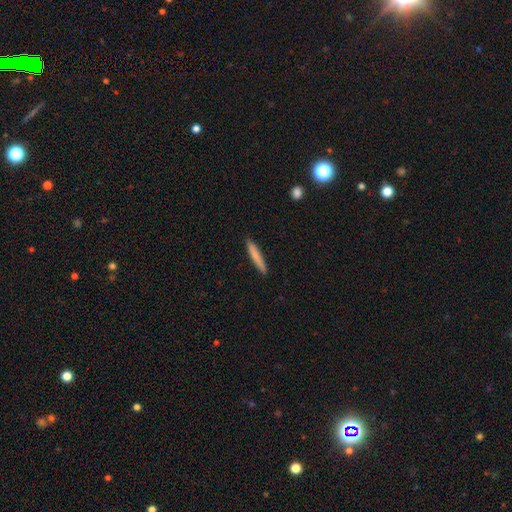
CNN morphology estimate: Smooth or featured? smooth (76%)
How rounded? cigar-shaped (94%)
Merging? none (89%)